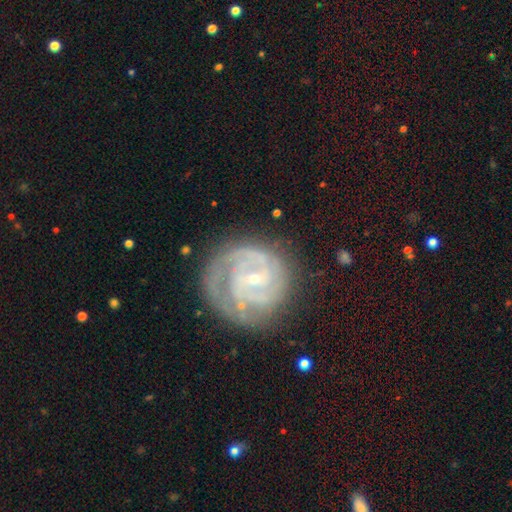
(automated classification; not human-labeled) smooth-or-featured: featured or disk: 85% | smooth: 9% | star or artifact: 6%
  disk-edge-on: no: 98% | yes: 2%
    bar: weak: 47% | no: 34% | strong: 19%
    has-spiral-arms: yes: 95% | no: 5%
      spiral-winding: tight: 57% | medium: 35% | loose: 8%
      spiral-arm-count: 2: 41% | 3: 23% | can't tell: 19% | 4: 7% | 1: 6% | more than 4: 5%
    bulge-size: small: 79% | moderate: 17% | none: 2% | large: 1% | dominant: 1%
  merging: none: 70% | minor disturbance: 17% | major disturbance: 10% | merger: 3%